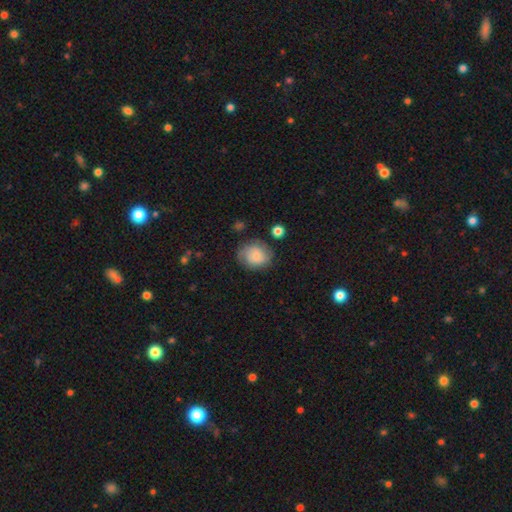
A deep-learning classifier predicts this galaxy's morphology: Smooth or featured?
  - smooth: 71% *
  - featured or disk: 21%
  - star or artifact: 8%
How rounded?
  - round: 70% *
  - in between: 29%
  - cigar-shaped: 1%
Merging?
  - none: 68% *
  - minor disturbance: 21%
  - major disturbance: 7%
  - merger: 3%